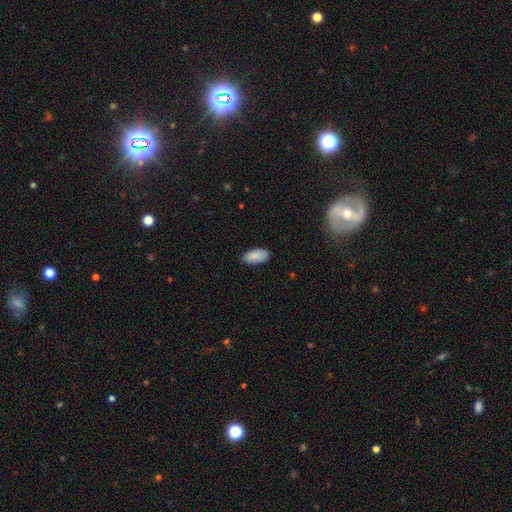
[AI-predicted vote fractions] Smooth or featured?
  - smooth: 88% *
  - star or artifact: 6%
  - featured or disk: 6%
How rounded?
  - in between: 93% *
  - cigar-shaped: 6%
  - round: 2%
Merging?
  - none: 83% *
  - minor disturbance: 14%
  - major disturbance: 2%
  - merger: 1%